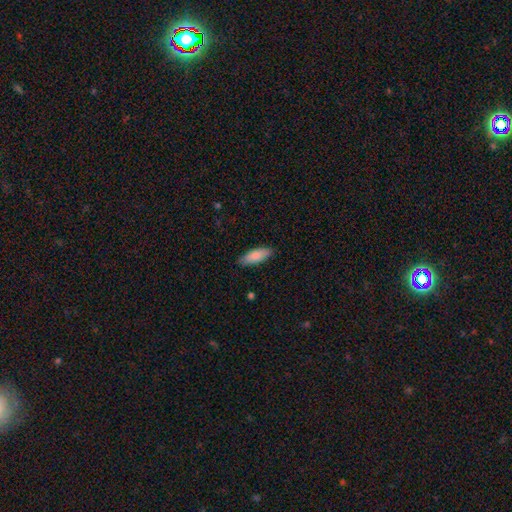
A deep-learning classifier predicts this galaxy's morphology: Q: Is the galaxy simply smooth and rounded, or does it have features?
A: smooth — 85%.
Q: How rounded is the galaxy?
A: in between — 67%.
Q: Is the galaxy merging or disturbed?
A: none — 86%.